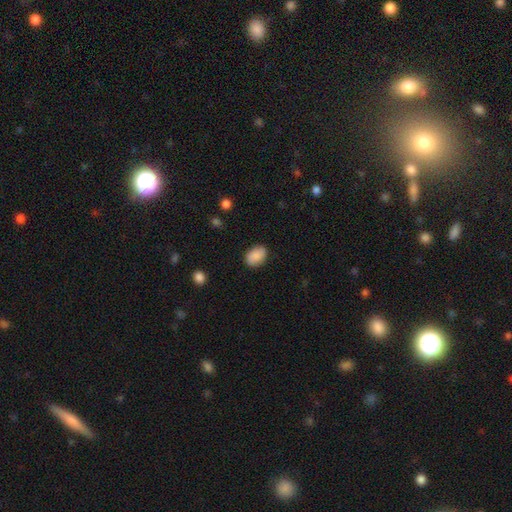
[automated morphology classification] Smooth or featured? Predicted: smooth (p=0.89). How rounded? Predicted: in between (p=0.85). Merging? Predicted: none (p=0.87).